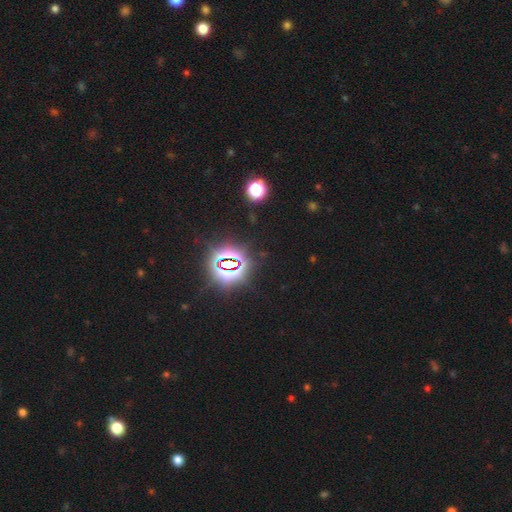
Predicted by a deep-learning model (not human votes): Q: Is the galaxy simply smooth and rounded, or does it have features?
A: star or artifact — 84%.